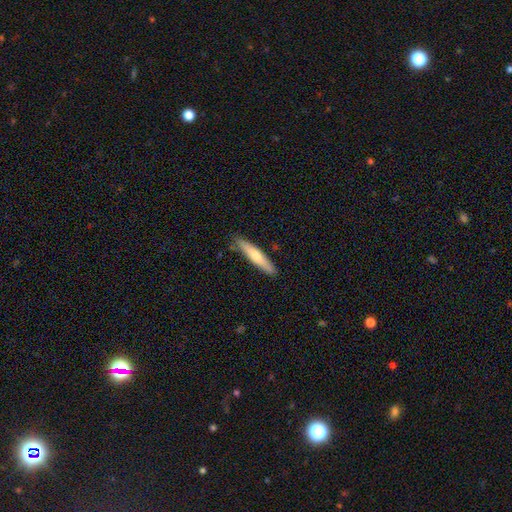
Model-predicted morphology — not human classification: type=smooth (64%); roundness=cigar-shaped (89%); merging=none (83%).